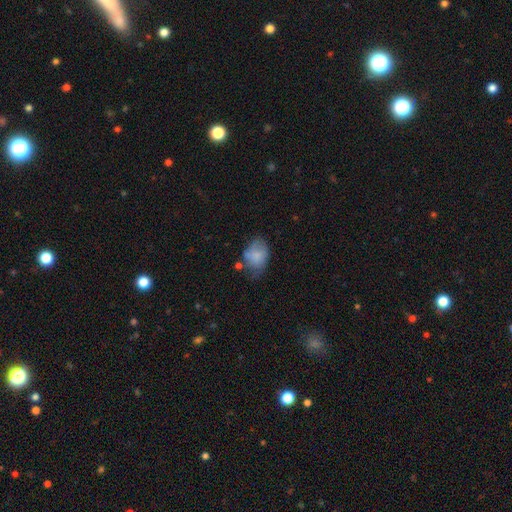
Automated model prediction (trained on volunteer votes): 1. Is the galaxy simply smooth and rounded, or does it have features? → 73% smooth, 18% featured or disk, 9% star or artifact.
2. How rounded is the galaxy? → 76% in between, 23% round, 1% cigar-shaped.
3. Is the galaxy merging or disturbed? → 40% none, 36% minor disturbance, 17% major disturbance, 7% merger.